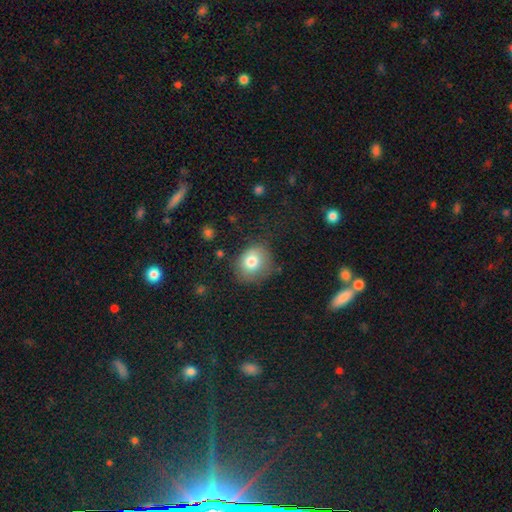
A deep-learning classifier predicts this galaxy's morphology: Smooth or featured? Predicted: smooth (p=0.75). How rounded? Predicted: round (p=0.69). Merging? Predicted: none (p=0.75).